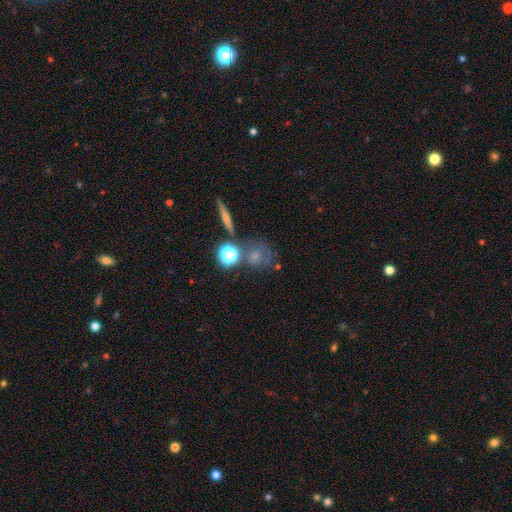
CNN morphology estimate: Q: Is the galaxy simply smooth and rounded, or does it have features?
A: smooth — 58%.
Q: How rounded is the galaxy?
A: round — 74%.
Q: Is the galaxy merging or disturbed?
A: none — 58%.